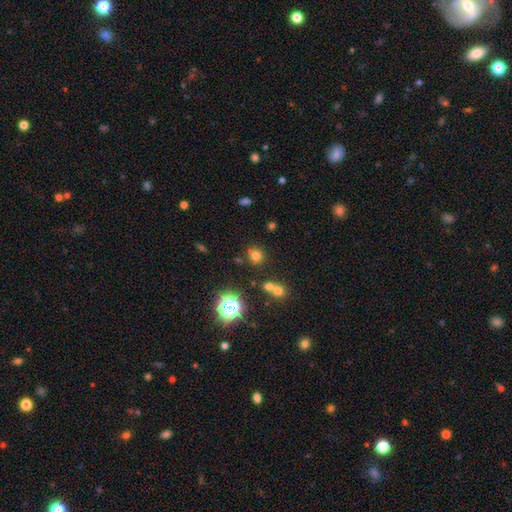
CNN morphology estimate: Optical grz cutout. It shows a smooth galaxy with no disk features (70%) that is round (85%). Merging: none (77%).